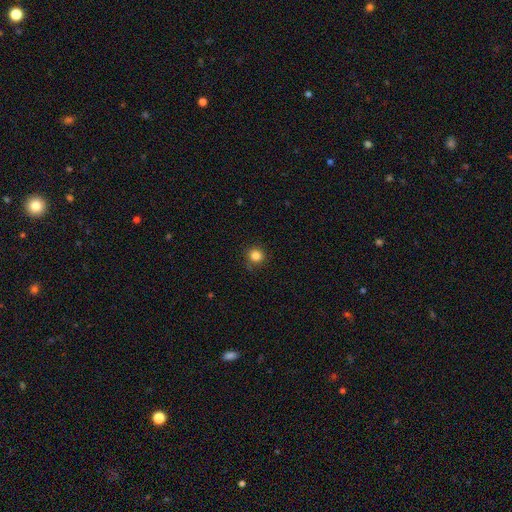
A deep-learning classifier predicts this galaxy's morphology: A smooth galaxy with no disk features (84%) that is round (94%).

Vote fractions:
- Smooth or featured? smooth: 84% / star or artifact: 12% / featured or disk: 4%
- How rounded? round: 94% / in between: 5% / cigar-shaped: 1%
- Merging? none: 87% / minor disturbance: 9% / major disturbance: 2% / merger: 1%